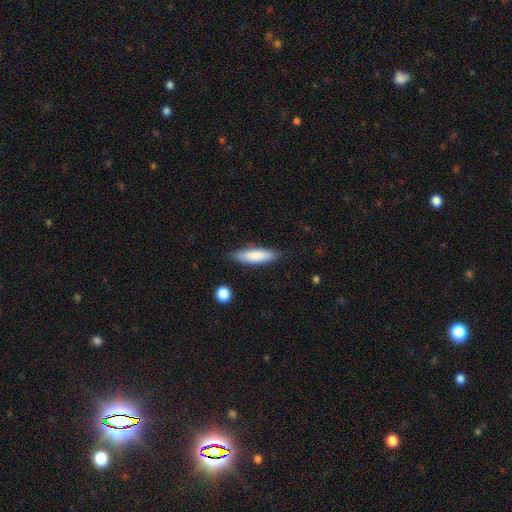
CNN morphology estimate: Smooth or featured: smooth — 83% (featured or disk — 11%)
How rounded: cigar-shaped — 57% (in between — 41%)
Merging: none — 84% (minor disturbance — 12%)